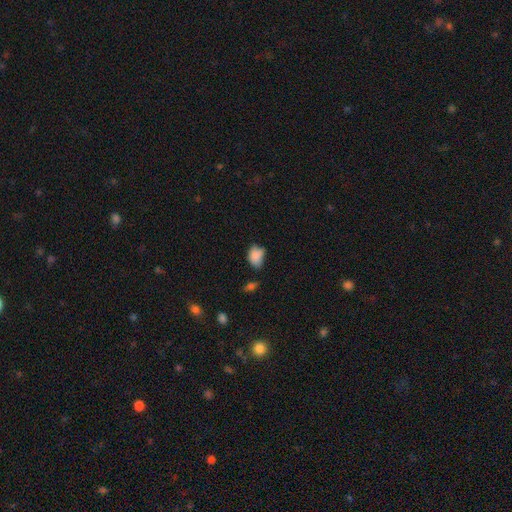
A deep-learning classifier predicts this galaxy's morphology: Smooth or featured: smooth — 82% (star or artifact — 10%)
How rounded: in between — 73% (round — 25%)
Merging: none — 42% (minor disturbance — 41%)